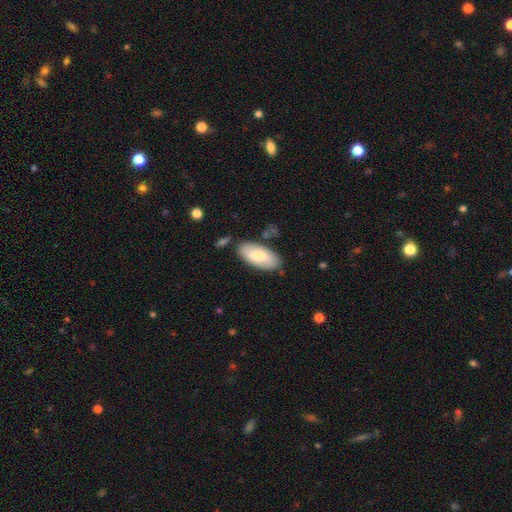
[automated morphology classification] Smooth or featured?
  - smooth: 60% *
  - featured or disk: 35%
  - star or artifact: 5%
How rounded?
  - in between: 91% *
  - cigar-shaped: 7%
  - round: 2%
Merging?
  - none: 80% *
  - minor disturbance: 13%
  - merger: 4%
  - major disturbance: 3%